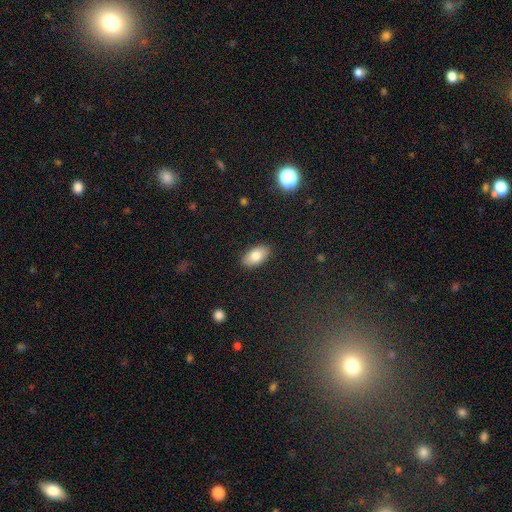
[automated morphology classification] Overall: smooth (82%). How rounded: in between (94%). Merging: none (88%).